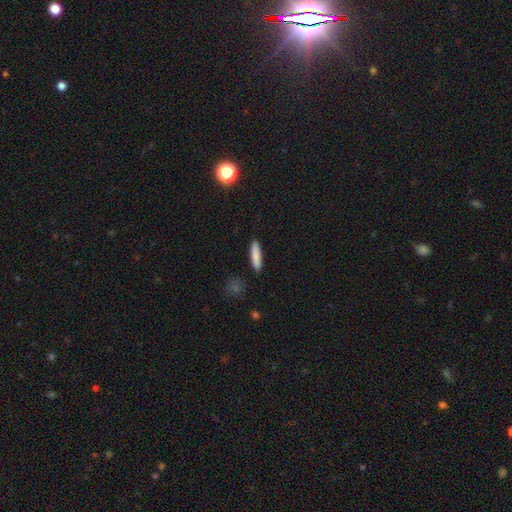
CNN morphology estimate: The model was most divided on "how rounded": cigar-shaped: 78%, in between: 20%, round: 2%. More confident: merging — none (89%); smooth or featured — smooth (85%).